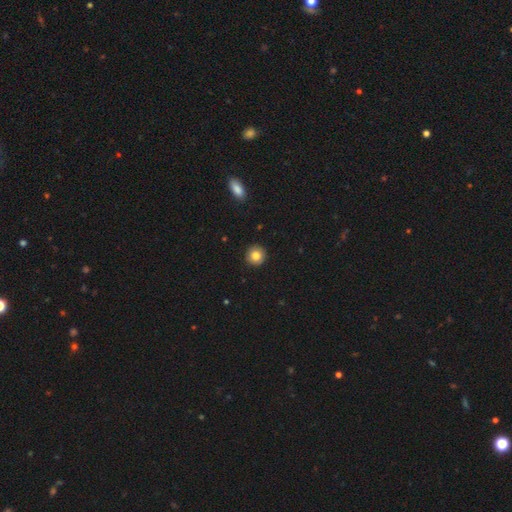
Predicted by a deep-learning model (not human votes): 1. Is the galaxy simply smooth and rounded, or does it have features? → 84% smooth, 10% star or artifact, 7% featured or disk.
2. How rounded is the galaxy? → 94% round, 5% in between, 1% cigar-shaped.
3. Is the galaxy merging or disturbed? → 92% none, 5% minor disturbance, 2% major disturbance, 1% merger.